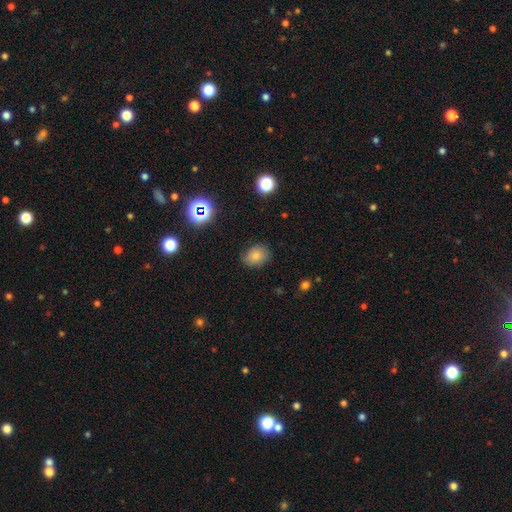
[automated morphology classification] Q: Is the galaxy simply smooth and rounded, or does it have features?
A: smooth — 76%.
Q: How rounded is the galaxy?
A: in between — 55%.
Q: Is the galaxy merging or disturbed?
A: none — 80%.